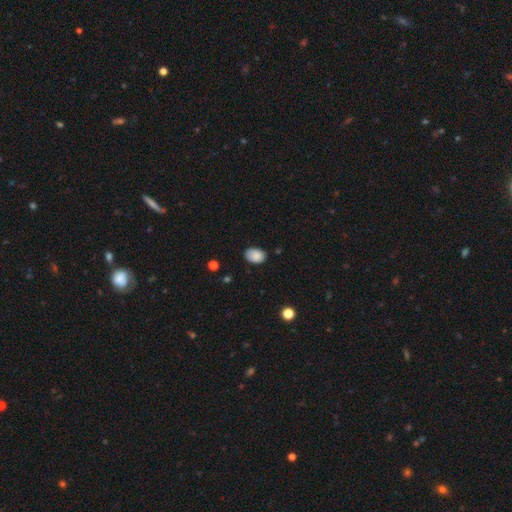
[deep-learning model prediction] Overall: smooth (87%). How rounded: in between (85%). Merging: none (77%).